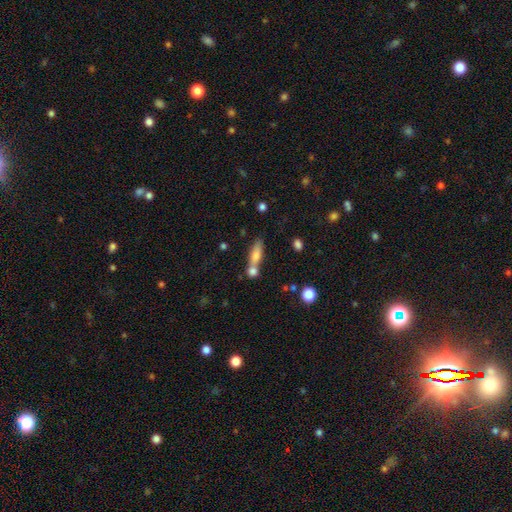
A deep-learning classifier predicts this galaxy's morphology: This appears to be a smooth galaxy with no disk features (71%) that is cigar-shaped (48%). Merging: none (43%).